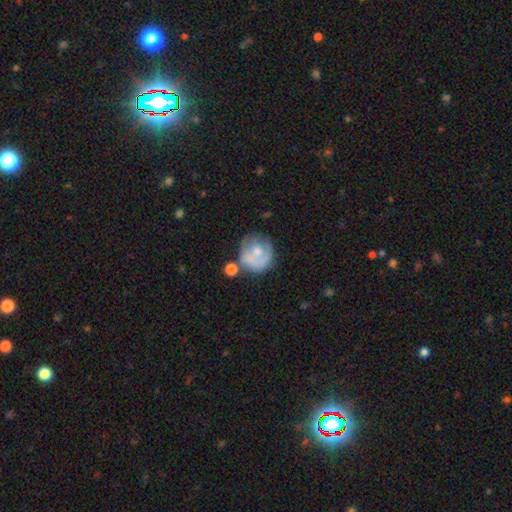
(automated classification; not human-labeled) smooth_or_featured: smooth (p=0.54) [alt: featured or disk p=0.38]
how_rounded: round (p=0.83) [alt: in between p=0.16]
merging: none (p=0.46) [alt: minor disturbance p=0.24]